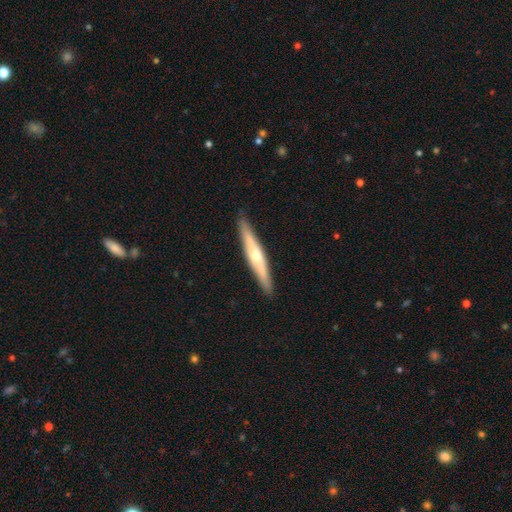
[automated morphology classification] The model was most divided on "smooth or featured": featured or disk: 63%, smooth: 31%, star or artifact: 6%. More confident: edge-on disk — yes (93%); merging — none (90%); edge-on bulge — rounded (83%).